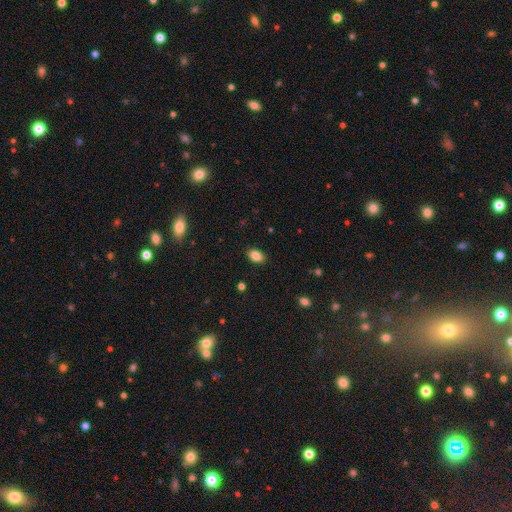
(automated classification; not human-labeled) The model was most divided on "how rounded": in between: 87%, round: 12%, cigar-shaped: 1%. More confident: merging — none (88%); smooth or featured — smooth (86%).